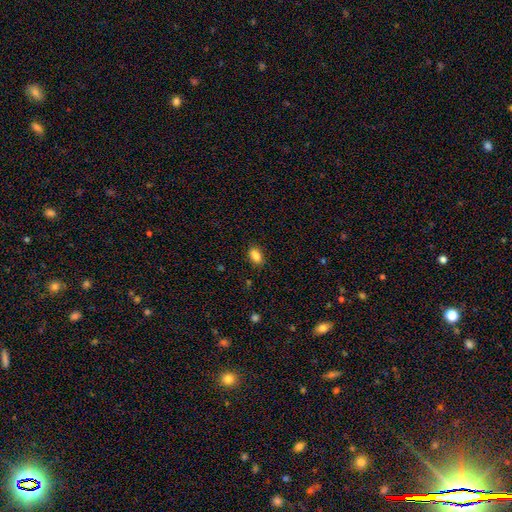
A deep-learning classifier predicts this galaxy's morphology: A smooth galaxy with no disk features (86%) that is in between round and cigar-shaped (88%). Merging: none (84%).